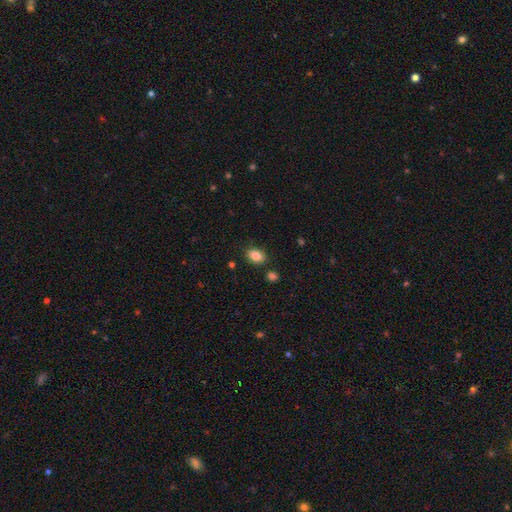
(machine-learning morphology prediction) smooth-or-featured: smooth: 85% | star or artifact: 9% | featured or disk: 6%
  how-rounded: in between: 79% | round: 20% | cigar-shaped: 1%
  merging: none: 84% | minor disturbance: 10% | merger: 3% | major disturbance: 2%